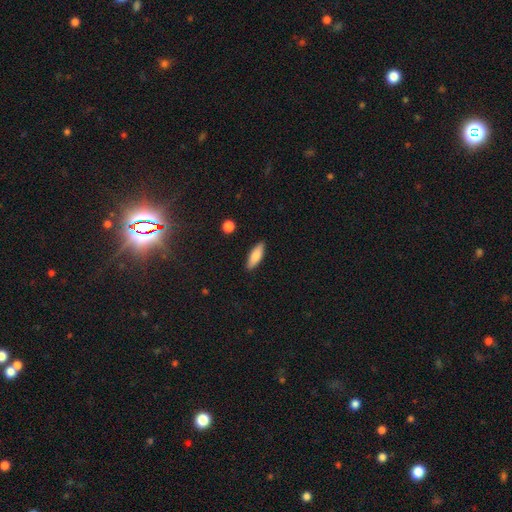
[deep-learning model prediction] The model was most divided on "how rounded": in between: 57%, cigar-shaped: 41%, round: 2%. More confident: merging — none (89%); smooth or featured — smooth (83%).